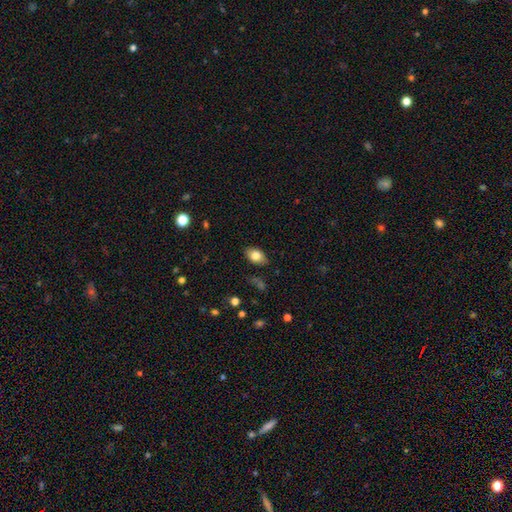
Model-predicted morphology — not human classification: The model was most divided on "smooth or featured": smooth: 80%, featured or disk: 12%, star or artifact: 8%. More confident: how rounded — in between (87%); merging — none (83%).